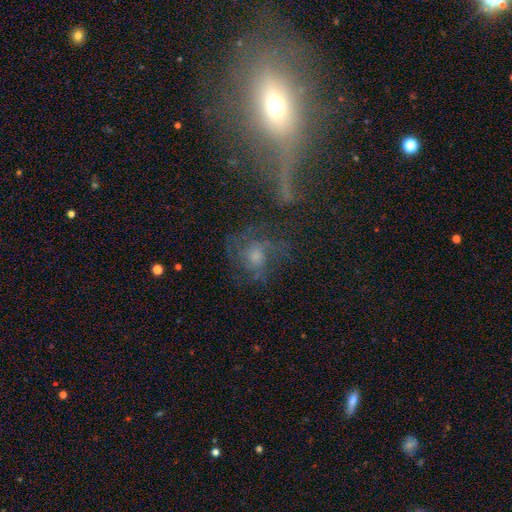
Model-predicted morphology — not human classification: This appears to be a featured or disk galaxy (55%) with no bar (74%), spiral arms (76%) and a moderate central bulge (42%). Merging: none (48%).